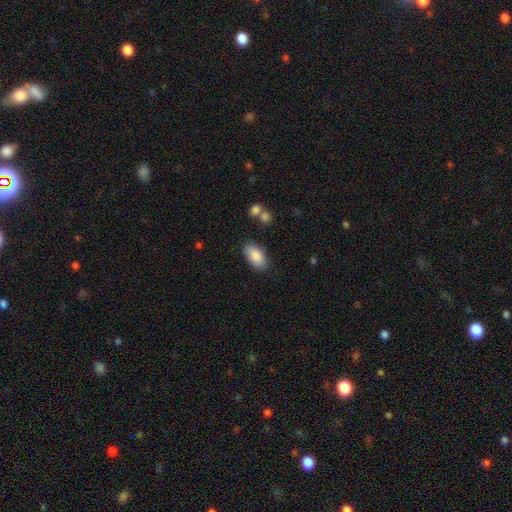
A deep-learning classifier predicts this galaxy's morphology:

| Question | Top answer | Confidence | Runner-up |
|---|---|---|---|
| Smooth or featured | smooth | 87% | featured or disk (7%) |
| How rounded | in between | 93% | cigar-shaped (4%) |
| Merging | none | 82% | minor disturbance (13%) |